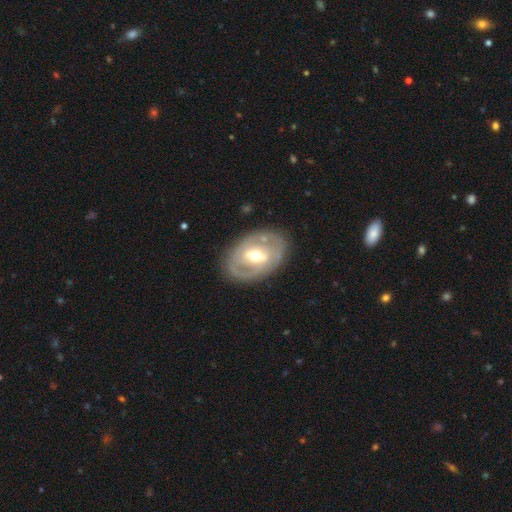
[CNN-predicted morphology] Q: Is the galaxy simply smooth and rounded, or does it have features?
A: featured or disk — 72%.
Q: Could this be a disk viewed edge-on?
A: no — 94%.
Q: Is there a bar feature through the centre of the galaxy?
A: weak — 43%.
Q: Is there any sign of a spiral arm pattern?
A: yes — 60%.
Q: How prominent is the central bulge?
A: moderate — 69%.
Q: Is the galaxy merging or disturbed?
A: none — 79%.